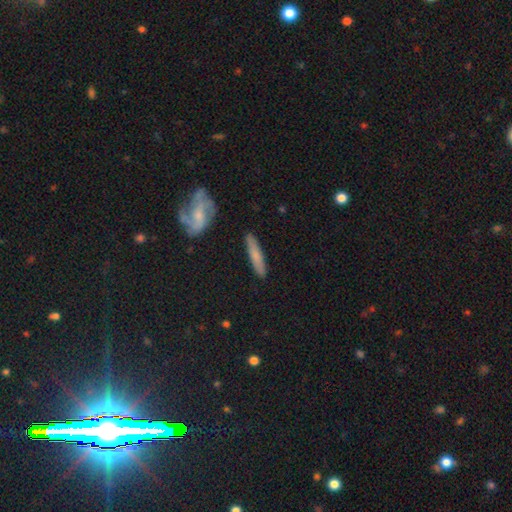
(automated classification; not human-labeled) Smooth or featured?
  - smooth: 66% *
  - featured or disk: 27%
  - star or artifact: 6%
How rounded?
  - cigar-shaped: 87% *
  - in between: 10%
  - round: 2%
Merging?
  - none: 86% *
  - minor disturbance: 10%
  - merger: 2%
  - major disturbance: 2%